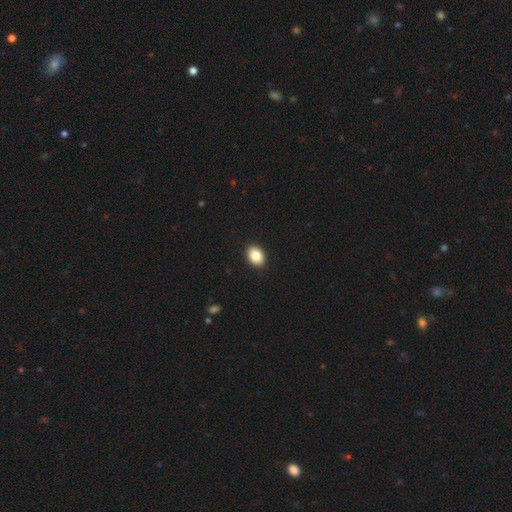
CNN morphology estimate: smooth-or-featured: smooth: 86% | star or artifact: 8% | featured or disk: 6%
  how-rounded: in between: 73% | round: 26% | cigar-shaped: 1%
  merging: none: 91% | minor disturbance: 6% | major disturbance: 2% | merger: 1%